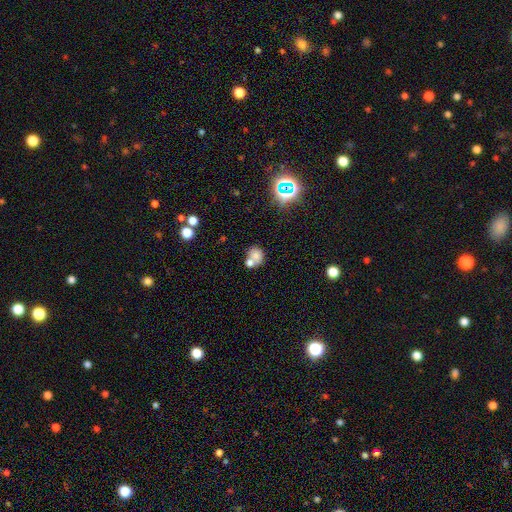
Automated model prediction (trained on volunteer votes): smooth-or-featured: smooth: 70% | featured or disk: 15% | star or artifact: 14%
  how-rounded: round: 68% | in between: 31% | cigar-shaped: 1%
  merging: merger: 45% | none: 40% | minor disturbance: 10% | major disturbance: 5%